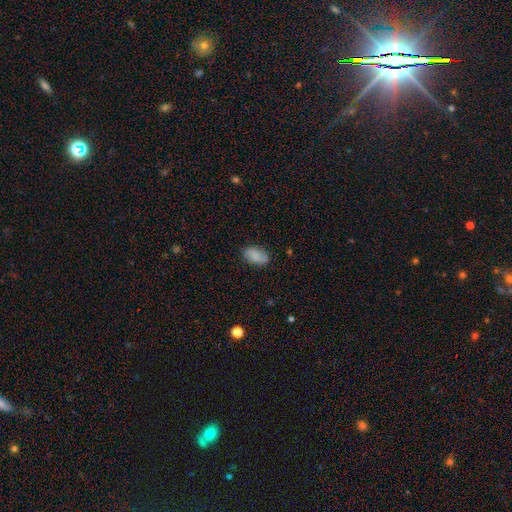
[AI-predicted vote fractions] Smooth or featured? Predicted: smooth (p=0.84). How rounded? Predicted: in between (p=0.92). Merging? Predicted: none (p=0.81).